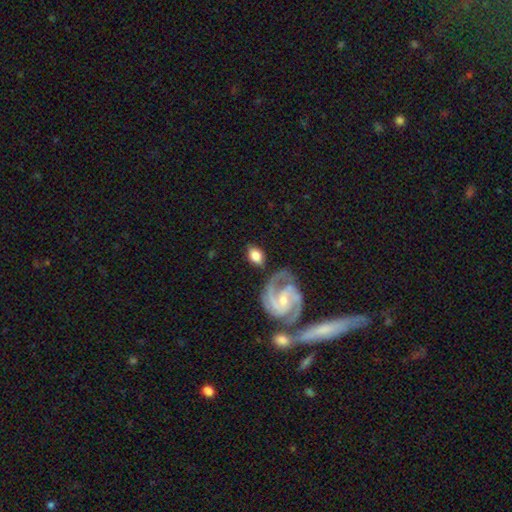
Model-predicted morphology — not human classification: A smooth galaxy with no disk features (61%) that is in between round and cigar-shaped (81%).

Vote fractions:
- Smooth or featured? smooth: 61% / featured or disk: 33% / star or artifact: 6%
- How rounded? in between: 81% / round: 16% / cigar-shaped: 2%
- Merging? none: 69% / minor disturbance: 17% / major disturbance: 7% / merger: 7%